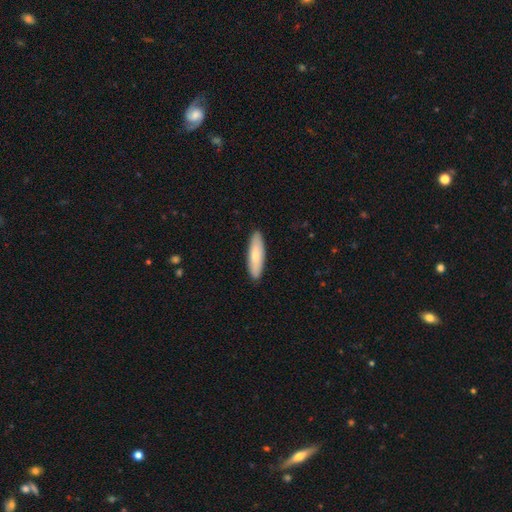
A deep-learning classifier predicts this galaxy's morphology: smooth-or-featured: smooth: 77% | featured or disk: 18% | star or artifact: 5%
  how-rounded: cigar-shaped: 60% | in between: 38% | round: 2%
  merging: none: 90% | minor disturbance: 7% | major disturbance: 1% | merger: 1%